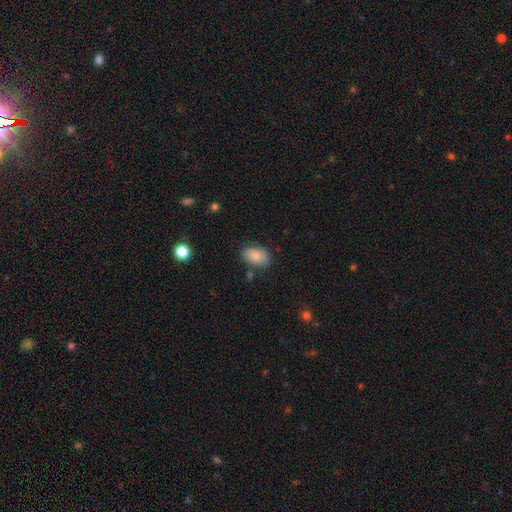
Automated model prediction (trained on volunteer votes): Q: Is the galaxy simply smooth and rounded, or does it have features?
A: smooth — 84%.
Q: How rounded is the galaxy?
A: in between — 90%.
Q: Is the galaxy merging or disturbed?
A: none — 78%.